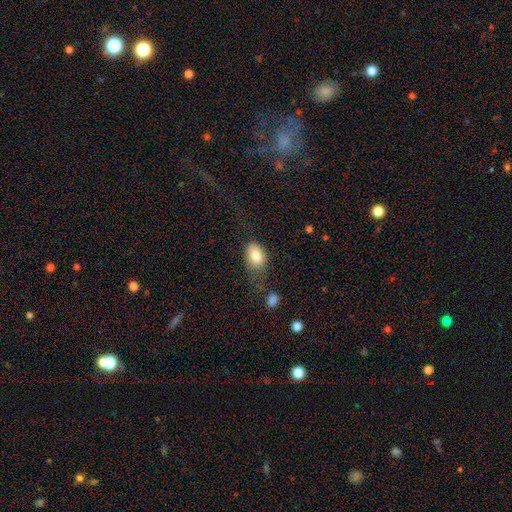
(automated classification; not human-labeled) Morphology: type=smooth (83%); roundness=in between (85%); merging=none (43%).